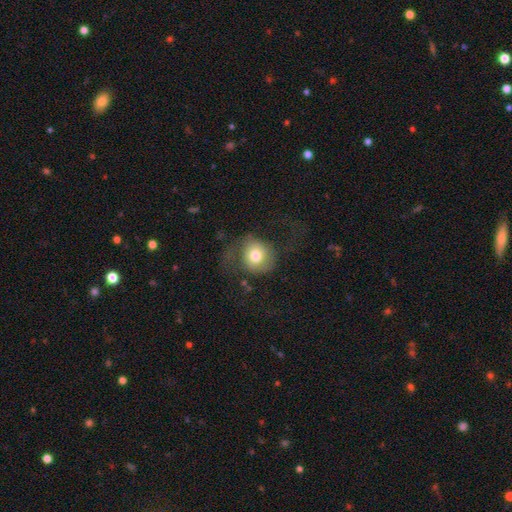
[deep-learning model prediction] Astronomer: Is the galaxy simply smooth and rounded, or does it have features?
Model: smooth — 67%.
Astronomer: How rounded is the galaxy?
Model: round — 80%.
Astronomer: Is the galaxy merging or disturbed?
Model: none — 46% (runner-up: major disturbance, 32%).